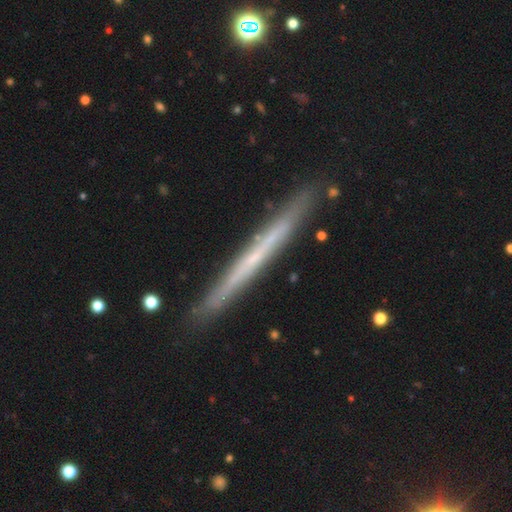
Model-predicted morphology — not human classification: Overall: featured or disk (64%; smooth 29%). Edge-on disk: yes (96%). Edge-on bulge: none (84%). Merging: none (89%).